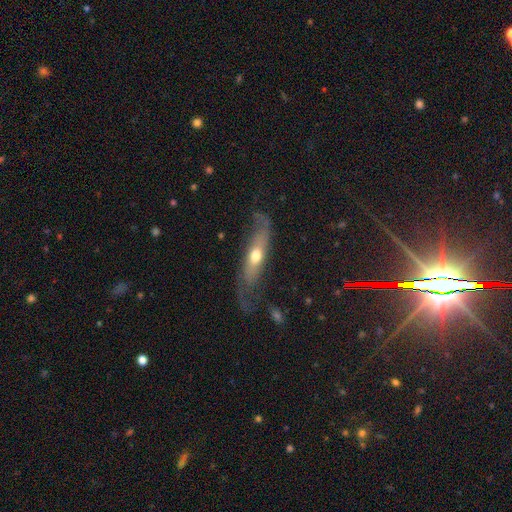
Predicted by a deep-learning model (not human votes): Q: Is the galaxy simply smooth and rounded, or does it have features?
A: featured or disk — 60%.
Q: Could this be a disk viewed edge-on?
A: no — 58%.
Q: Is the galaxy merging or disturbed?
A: none — 50%.